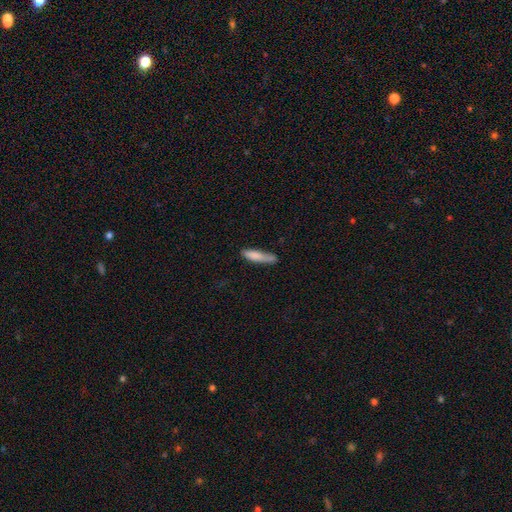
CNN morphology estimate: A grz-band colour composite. It shows a smooth galaxy with no disk features (80%) that is cigar-shaped (75%). Merging: none (57%).